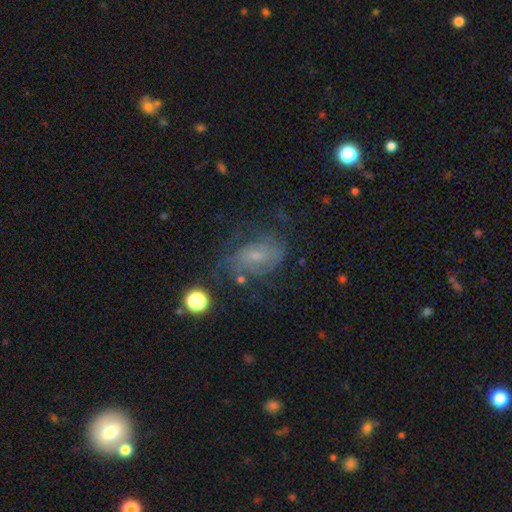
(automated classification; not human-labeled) This appears to be a featured or disk galaxy (53%) with no bar (61%), spiral arms (72%) and a small central bulge (66%). Merging: none (54%).